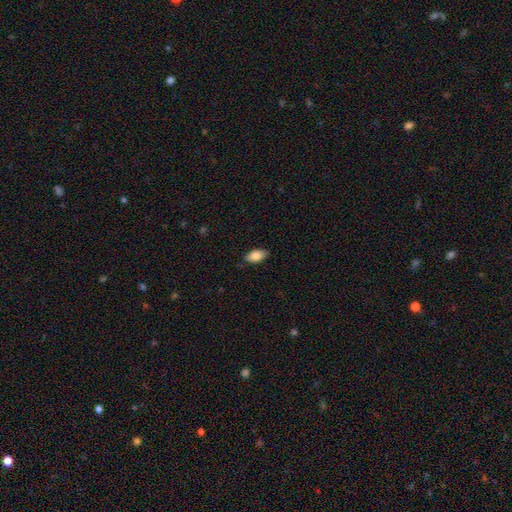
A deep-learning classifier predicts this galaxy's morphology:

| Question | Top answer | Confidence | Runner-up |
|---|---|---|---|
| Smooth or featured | smooth | 83% | featured or disk (10%) |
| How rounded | in between | 92% | cigar-shaped (4%) |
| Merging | none | 84% | minor disturbance (12%) |